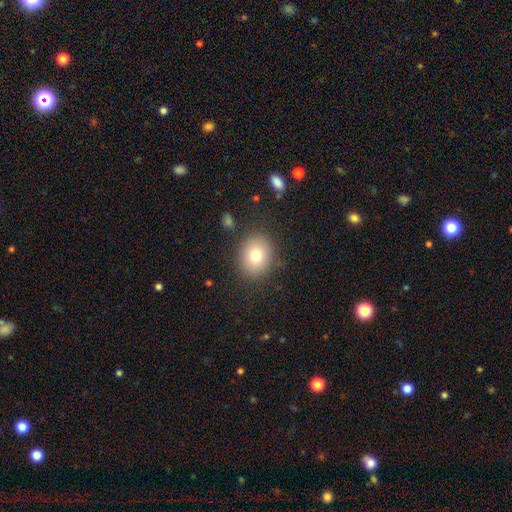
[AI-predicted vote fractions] A smooth galaxy with no disk features (78%) that is round (69%).

Vote fractions:
- Smooth or featured? smooth: 78% / featured or disk: 12% / star or artifact: 11%
- How rounded? round: 69% / in between: 30% / cigar-shaped: 1%
- Merging? none: 85% / minor disturbance: 10% / major disturbance: 3% / merger: 2%